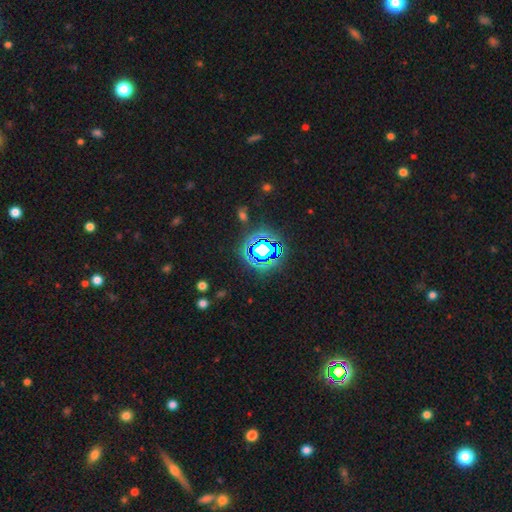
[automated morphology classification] Smooth or featured: star or artifact — 71% (smooth — 19%)